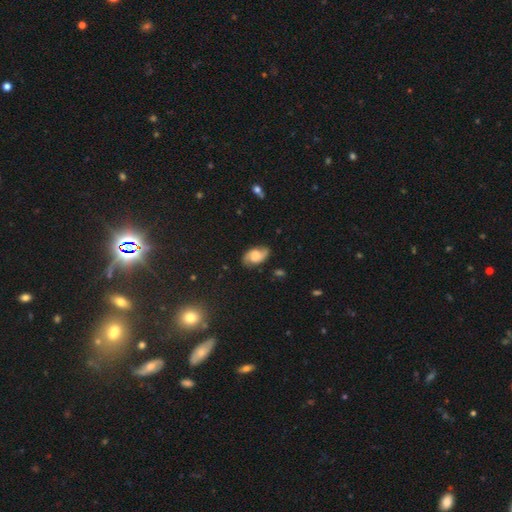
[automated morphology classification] This appears to be a featured or disk galaxy (64%) with no bar (57%), 2 (90%) medium (45%) spiral arms (93%) and no central bulge (29%). Merging: none (78%).